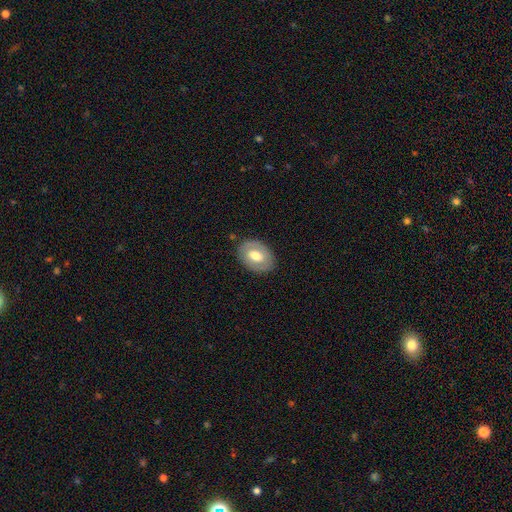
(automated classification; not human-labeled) Smooth or featured?
  - smooth: 56% *
  - featured or disk: 37%
  - star or artifact: 6%
How rounded?
  - in between: 76% *
  - round: 23%
  - cigar-shaped: 1%
Merging?
  - none: 84% *
  - minor disturbance: 12%
  - major disturbance: 3%
  - merger: 1%